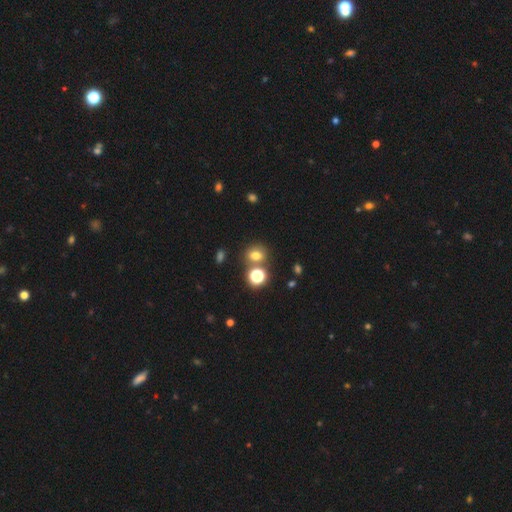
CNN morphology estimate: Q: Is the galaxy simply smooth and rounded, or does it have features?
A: smooth — 71%.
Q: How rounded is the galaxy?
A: round — 59%.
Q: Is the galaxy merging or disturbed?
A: none — 68%.